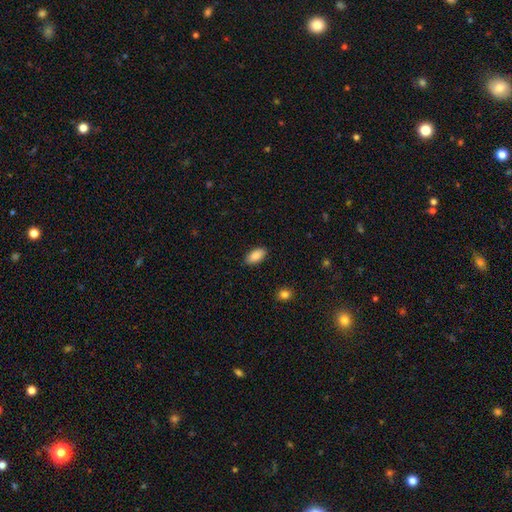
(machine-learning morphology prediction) Smooth or featured?
  - smooth: 88% *
  - star or artifact: 7%
  - featured or disk: 5%
How rounded?
  - in between: 94% *
  - cigar-shaped: 4%
  - round: 3%
Merging?
  - none: 89% *
  - minor disturbance: 8%
  - major disturbance: 2%
  - merger: 1%